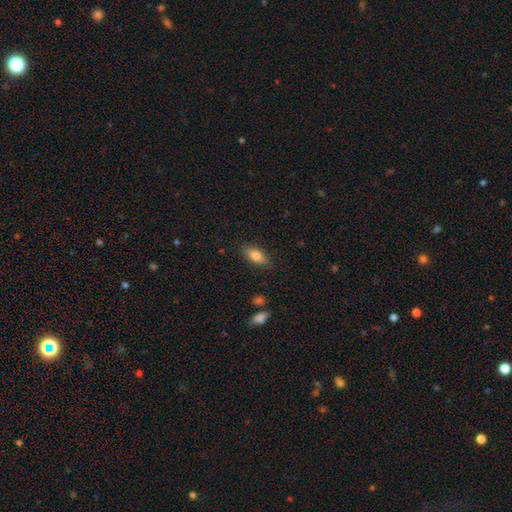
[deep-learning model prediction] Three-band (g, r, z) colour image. It shows a smooth galaxy with no disk features (79%) that is in between round and cigar-shaped (83%). Merging: none (84%).